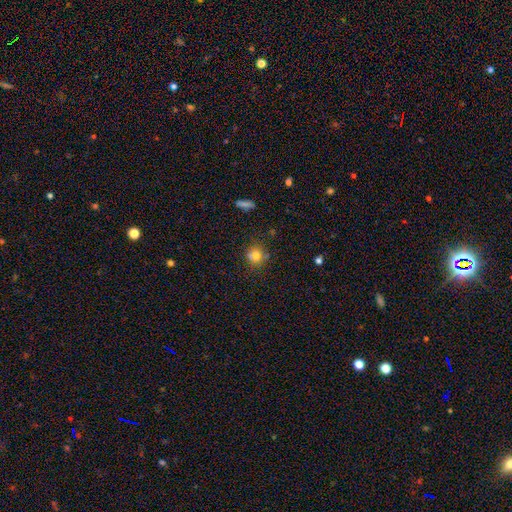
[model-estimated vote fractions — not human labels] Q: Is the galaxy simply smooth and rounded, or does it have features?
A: smooth — 76%.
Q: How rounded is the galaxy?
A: round — 86%.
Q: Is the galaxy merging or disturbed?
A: none — 71%.